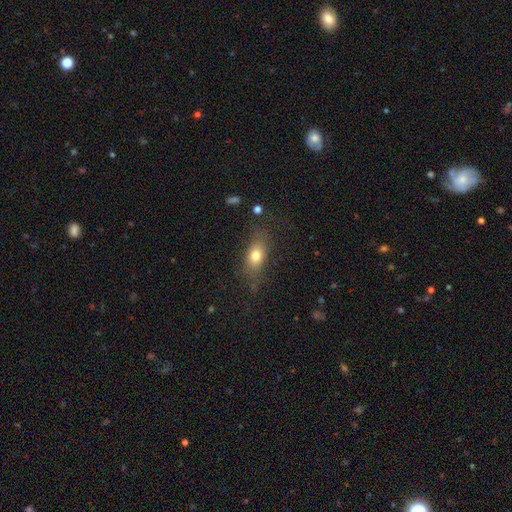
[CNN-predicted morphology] smooth 74%, featured or disk 15%, star or artifact 11%. Down the decision tree: how rounded — in between (72%); merging — none (70%).